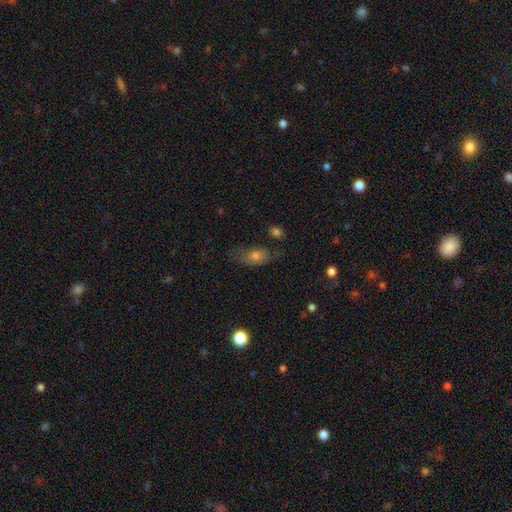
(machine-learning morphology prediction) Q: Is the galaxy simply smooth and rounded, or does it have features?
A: smooth — 63%.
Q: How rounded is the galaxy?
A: in between — 81%.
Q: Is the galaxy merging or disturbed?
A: none — 57%.